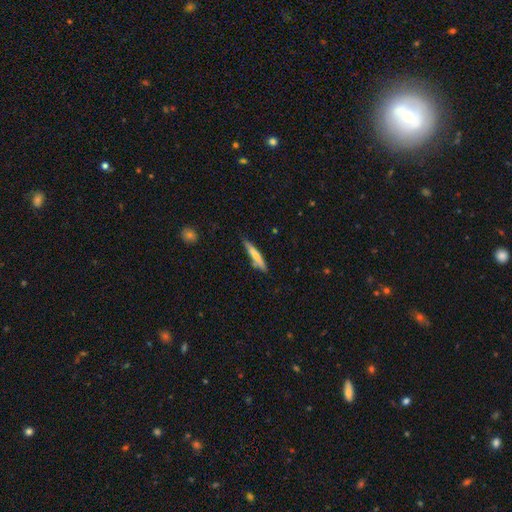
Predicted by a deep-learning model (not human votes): smooth 68%, featured or disk 26%, star or artifact 6%. Down the decision tree: how rounded — cigar-shaped (91%); merging — none (76%).